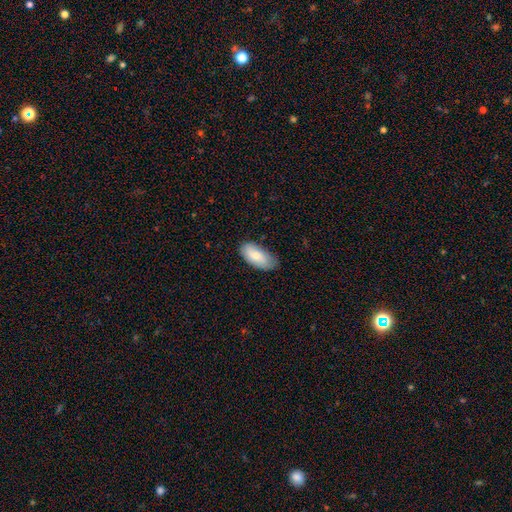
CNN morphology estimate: This appears to be a smooth galaxy with no disk features (79%) that is in between round and cigar-shaped (93%). Merging: none (72%).